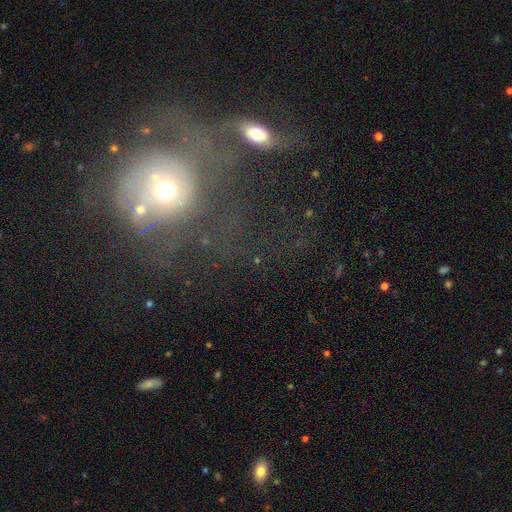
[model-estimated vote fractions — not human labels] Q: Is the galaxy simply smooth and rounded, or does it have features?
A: featured or disk — 45%.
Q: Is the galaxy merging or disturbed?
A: major disturbance — 33%.